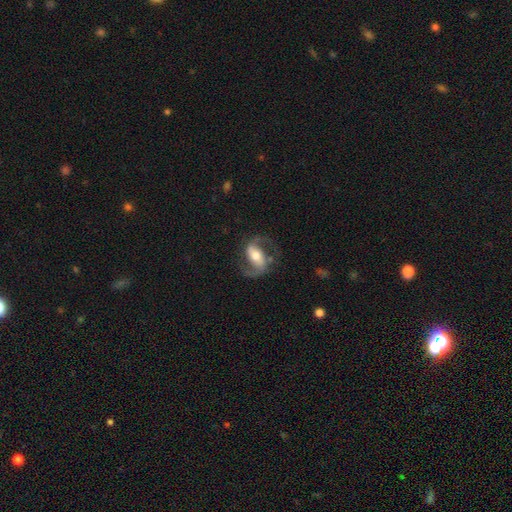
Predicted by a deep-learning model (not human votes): A featured or disk galaxy (85%) with a strong bar (42%), 2 (92%) medium (52%) spiral arms (95%) and a moderate central bulge (62%). Merging: none (74%).